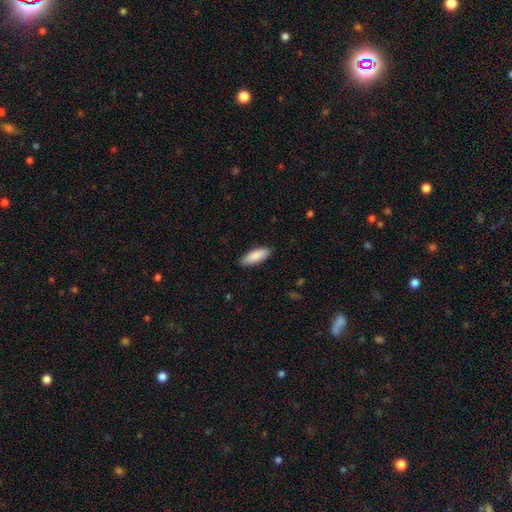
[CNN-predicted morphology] Smooth or featured? smooth (89%)
How rounded? in between (71%)
Merging? none (88%)